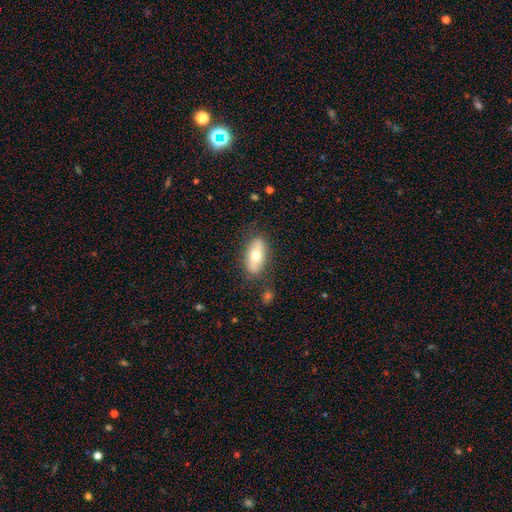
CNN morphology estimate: Smooth or featured? Predicted: smooth (p=0.57). How rounded? Predicted: in between (p=0.79). Merging? Predicted: none (p=0.81).